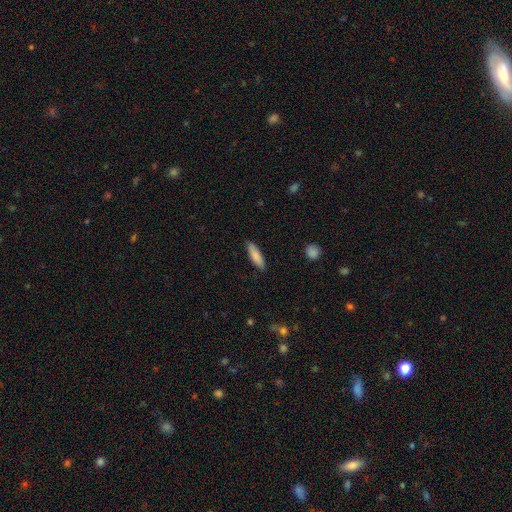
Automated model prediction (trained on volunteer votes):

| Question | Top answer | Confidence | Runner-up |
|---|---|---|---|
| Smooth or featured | smooth | 84% | featured or disk (10%) |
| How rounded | cigar-shaped | 63% | in between (36%) |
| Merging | none | 86% | minor disturbance (11%) |